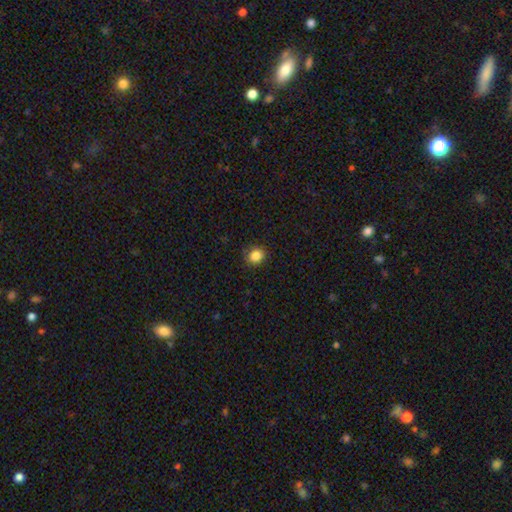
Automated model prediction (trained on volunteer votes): smooth-or-featured: smooth: 85% | star or artifact: 11% | featured or disk: 4%
  how-rounded: round: 79% | in between: 20% | cigar-shaped: 1%
  merging: none: 88% | minor disturbance: 9% | major disturbance: 2% | merger: 1%